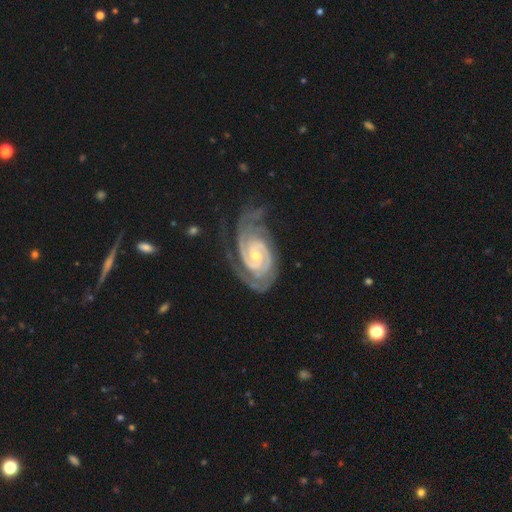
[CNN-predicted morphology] A featured or disk galaxy (93%) with no bar (58%), 2 (62%) tight (75%) spiral arms (99%) and a small central bulge (57%).

Vote fractions:
- Smooth or featured? featured or disk: 93% / star or artifact: 4% / smooth: 3%
- Edge-on disk? no: 97% / yes: 3%
- Bar? no: 58% / weak: 31% / strong: 11%
- Spiral arms? yes: 99% / no: 1%
- Spiral winding? tight: 75% / medium: 22% / loose: 3%
- Spiral arm count? 2: 62% / 3: 16% / can't tell: 9% / 4: 5% / 1: 4% / more than 4: 4%
- Bulge size? small: 57% / moderate: 40% / large: 1% / none: 1% / dominant: 1%
- Merging? none: 62% / minor disturbance: 22% / major disturbance: 14% / merger: 2%